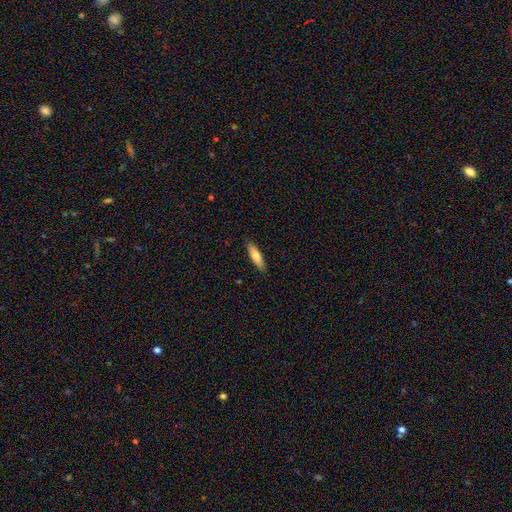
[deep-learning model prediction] Smooth or featured? Predicted: smooth (p=0.68). How rounded? Predicted: cigar-shaped (p=0.62). Merging? Predicted: none (p=0.88).